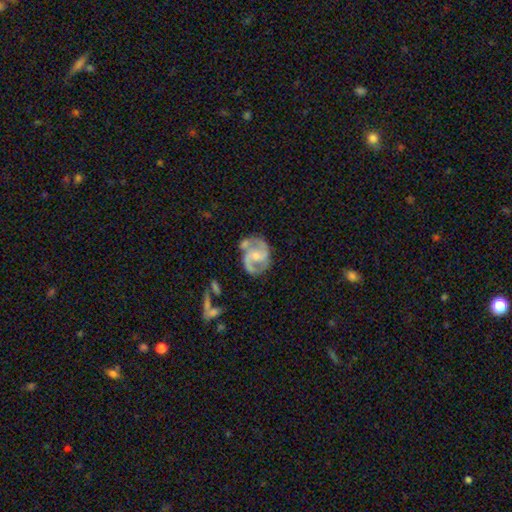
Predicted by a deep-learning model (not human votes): Smooth or featured: featured or disk — 84% (smooth — 11%)
Edge-on disk: no — 98% (yes — 2%)
Bar: weak — 43% (no — 42%)
Spiral arms: yes — 94% (no — 6%)
Spiral winding: medium — 57% (tight — 22%)
Spiral arm count: 2 — 87% (can't tell — 5%)
Bulge size: small — 50% (moderate — 43%)
Merging: none — 60% (minor disturbance — 21%)